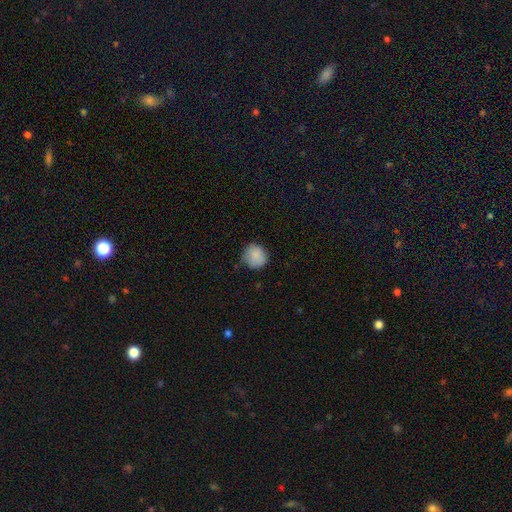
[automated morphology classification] A smooth galaxy with no disk features (86%) that is round (89%).

Vote fractions:
- Smooth or featured? smooth: 86% / star or artifact: 8% / featured or disk: 5%
- How rounded? round: 89% / in between: 10% / cigar-shaped: 1%
- Merging? none: 70% / minor disturbance: 24% / major disturbance: 4% / merger: 2%